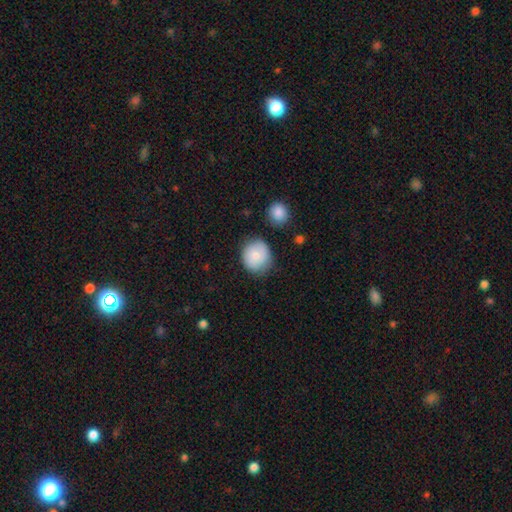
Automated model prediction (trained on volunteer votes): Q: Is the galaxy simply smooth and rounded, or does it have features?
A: smooth — 77%.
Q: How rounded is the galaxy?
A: round — 84%.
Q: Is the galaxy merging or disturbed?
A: none — 75%.